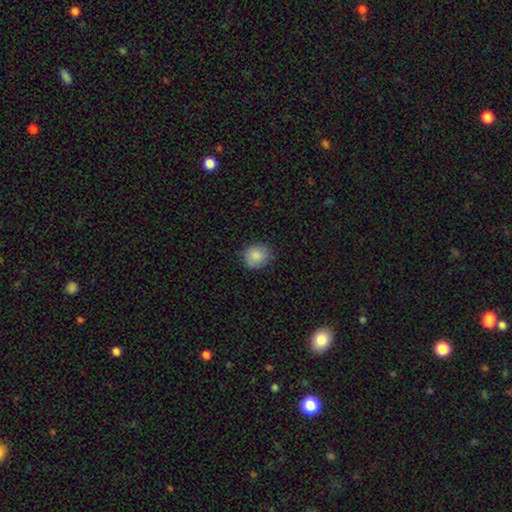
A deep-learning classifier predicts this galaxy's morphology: The model was most divided on "how rounded": round: 81%, in between: 18%, cigar-shaped: 1%. More confident: smooth or featured — smooth (86%); merging — none (79%).